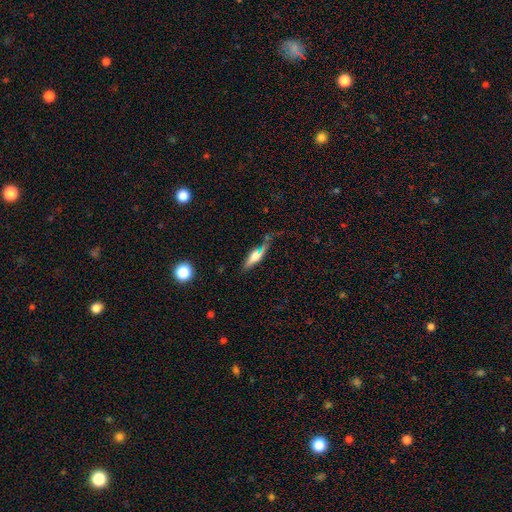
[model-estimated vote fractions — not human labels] Smooth or featured? Predicted: featured or disk (p=0.52). Edge-on disk? Predicted: yes (p=0.90). Merging? Predicted: none (p=0.58).